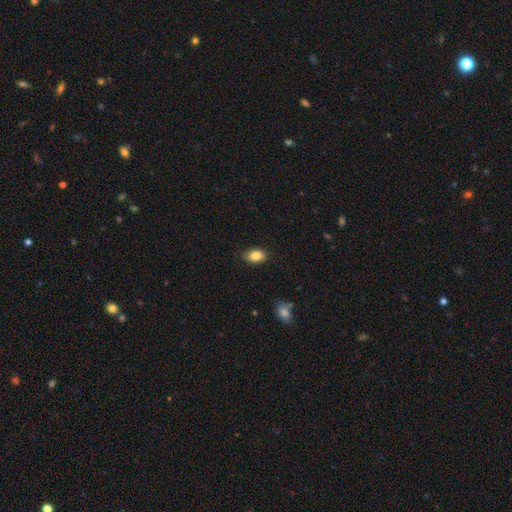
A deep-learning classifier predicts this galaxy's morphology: type=smooth (85%); roundness=in between (87%); merging=none (85%).